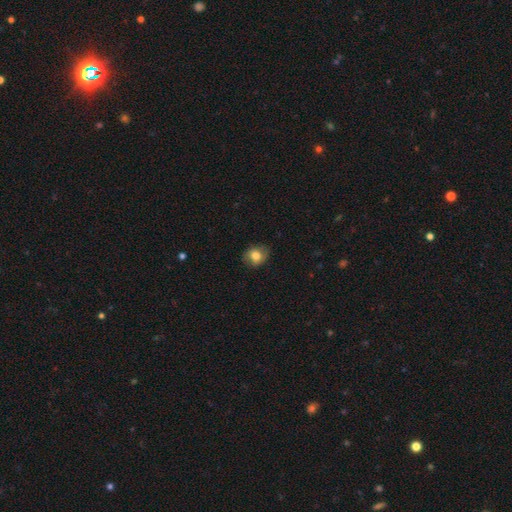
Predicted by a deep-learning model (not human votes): smooth 74%, featured or disk 17%, star or artifact 9%. Down the decision tree: how rounded — round (56%); merging — none (76%).